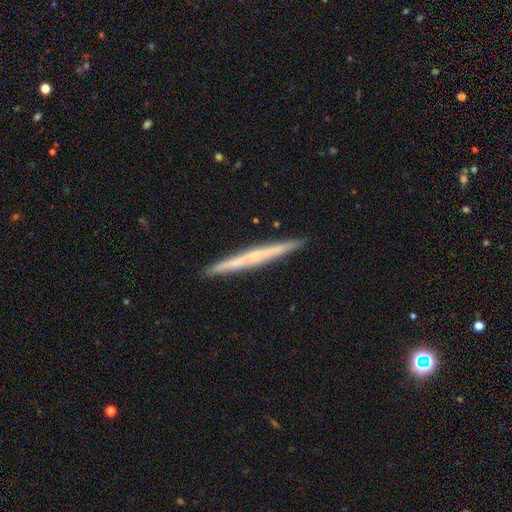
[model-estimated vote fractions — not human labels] Smooth or featured? Predicted: featured or disk (p=0.60). Edge-on disk? Predicted: yes (p=0.97). Edge-on bulge? Predicted: none (p=0.66). Merging? Predicted: none (p=0.91).